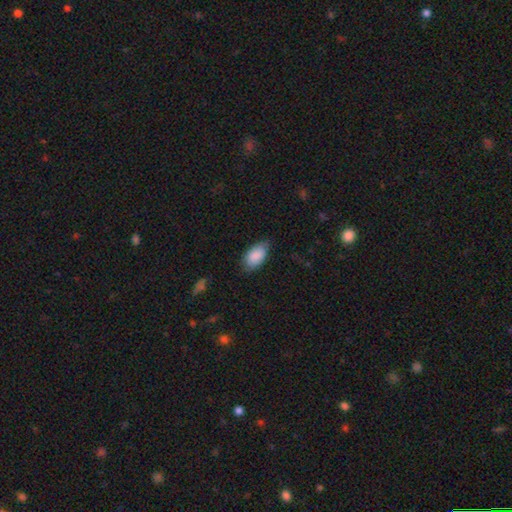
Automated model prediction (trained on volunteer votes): smooth_or_featured: smooth (p=0.88) [alt: star or artifact p=0.06]
how_rounded: in between (p=0.94) [alt: round p=0.03]
merging: none (p=0.72) [alt: minor disturbance p=0.22]